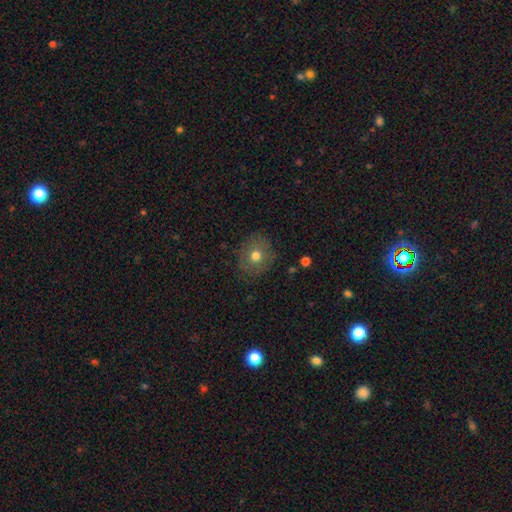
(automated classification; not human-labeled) Smooth or featured? smooth (68%)
How rounded? round (78%)
Merging? none (83%)